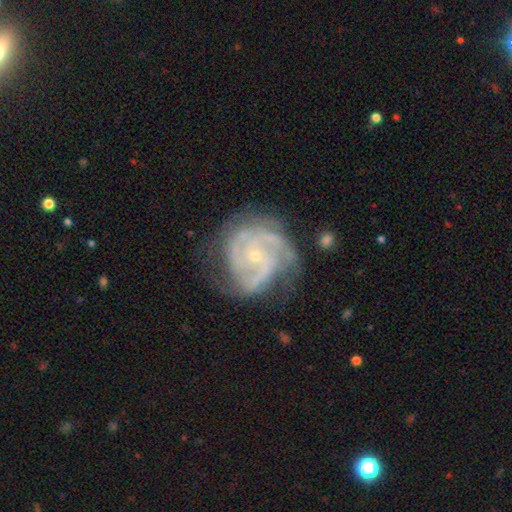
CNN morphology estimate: Overall: featured or disk (88%). Edge-on disk: no (98%). Bar: no (72%). Spiral arms: yes (97%). Spiral arm count: 3 (43%; 2 20%). Spiral winding: tight (56%; medium 38%). Bulge size: small (81%). Merging: none (63%; minor disturbance 23%).